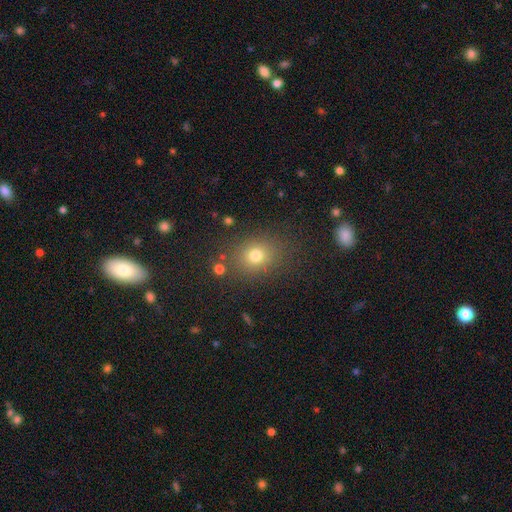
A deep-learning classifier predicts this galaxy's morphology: Smooth or featured? Predicted: smooth (p=0.75). How rounded? Predicted: round (p=0.59). Merging? Predicted: none (p=0.81).